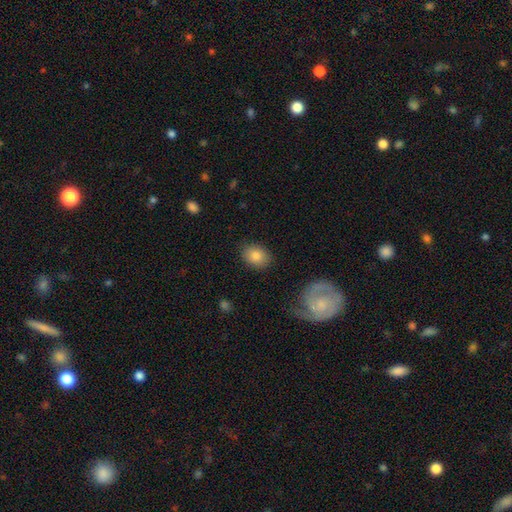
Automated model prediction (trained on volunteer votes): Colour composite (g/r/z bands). It shows a smooth galaxy with no disk features (83%) that is in between round and cigar-shaped (57%). Merging: none (86%).